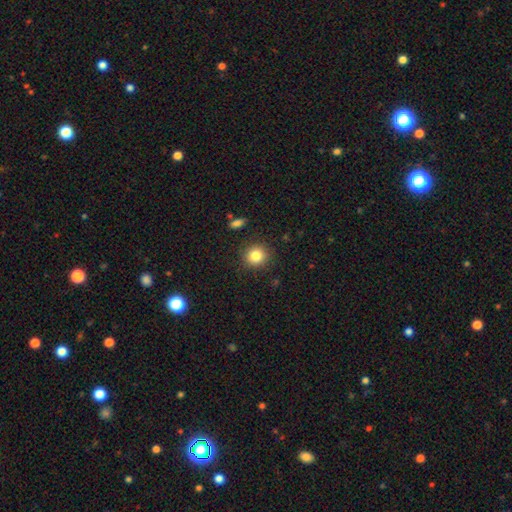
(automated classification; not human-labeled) Smooth or featured: smooth — 83% (star or artifact — 11%)
How rounded: round — 90% (in between — 9%)
Merging: none — 89% (minor disturbance — 8%)